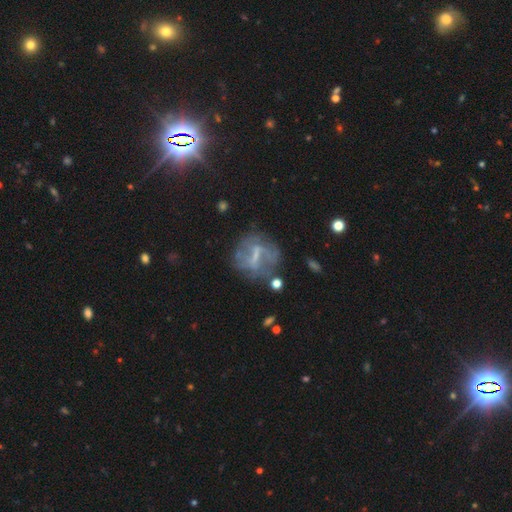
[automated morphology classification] This appears to be a featured or disk galaxy (63%) with a weak bar (42%), no spiral arms (52%) and no central bulge (42%). Merging: none (56%).